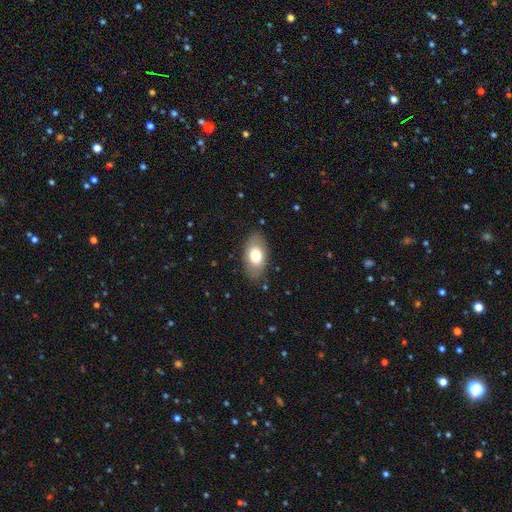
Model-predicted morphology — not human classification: Smooth or featured? Predicted: smooth (p=0.70). How rounded? Predicted: in between (p=0.91). Merging? Predicted: none (p=0.82).